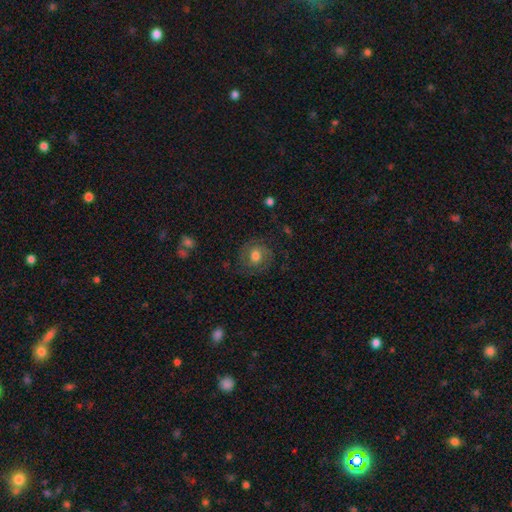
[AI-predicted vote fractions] This appears to be a featured or disk galaxy (54%) with no bar (58%), spiral arms (84%) and a moderate central bulge (66%). Merging: none (75%).